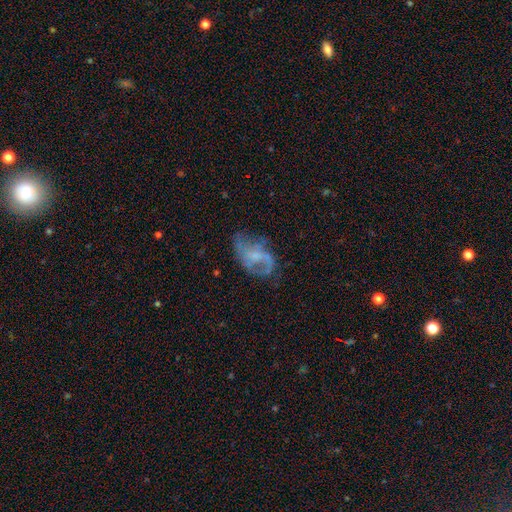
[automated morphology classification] Q: Smooth or featured?
A: featured or disk (69%); runner-up: smooth (23%)
Q: Edge-on disk?
A: no (97%); runner-up: yes (3%)
Q: Bar?
A: no (51%); runner-up: weak (41%)
Q: Spiral arms?
A: yes (77%); runner-up: no (23%)
Q: Spiral winding?
A: loose (46%); runner-up: medium (39%)
Q: Spiral arm count?
A: 2 (54%); runner-up: can't tell (19%)
Q: Bulge size?
A: small (44%); runner-up: moderate (26%)
Q: Merging?
A: none (48%); runner-up: minor disturbance (25%)